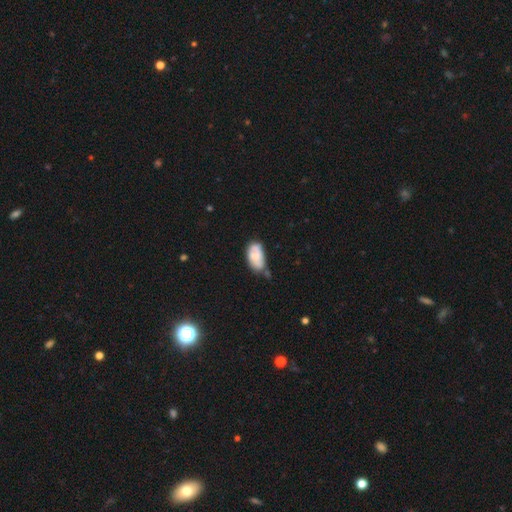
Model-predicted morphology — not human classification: type=smooth (67%); roundness=in between (93%); merging=none (42%).